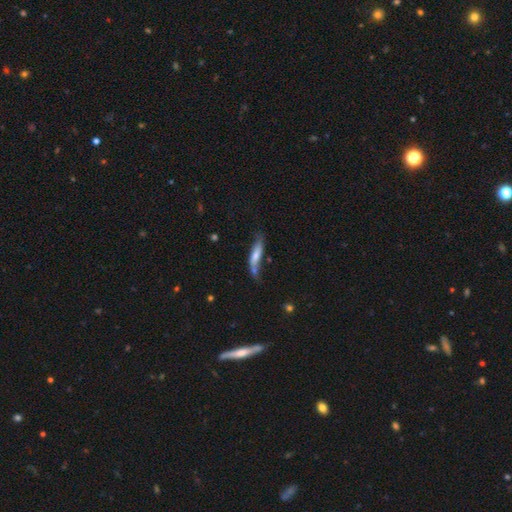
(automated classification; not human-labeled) Overall: smooth (58%; featured or disk 35%). How rounded: cigar-shaped (78%). Merging: none (47%; minor disturbance 28%).